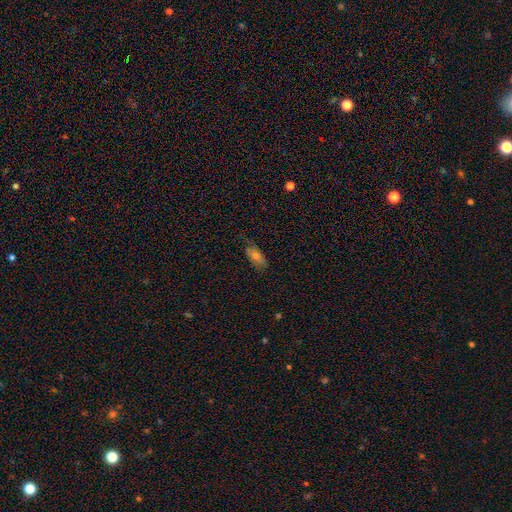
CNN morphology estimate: smooth 64%, featured or disk 25%, star or artifact 11%. Down the decision tree: how rounded — in between (78%); merging — none (74%).